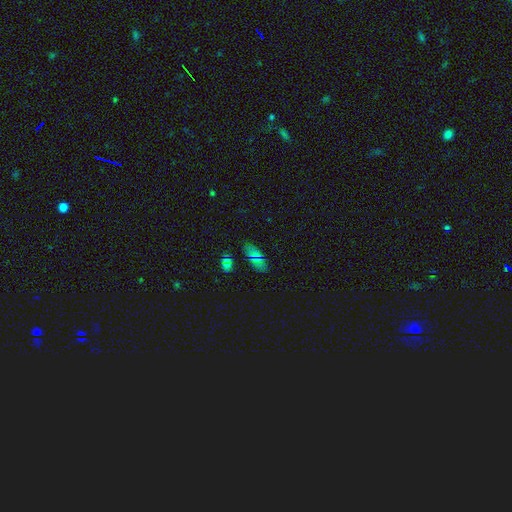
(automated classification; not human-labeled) The model was most divided on "smooth or featured": smooth: 58%, star or artifact: 27%, featured or disk: 14%. More confident: merging — none (83%); how rounded — in between (81%).